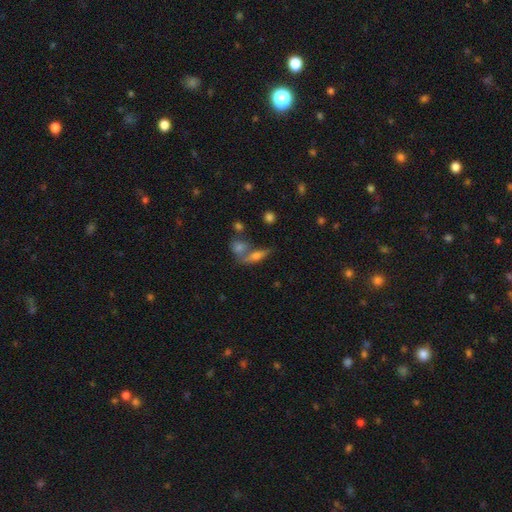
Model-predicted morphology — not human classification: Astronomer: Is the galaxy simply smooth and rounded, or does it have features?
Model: smooth — 50% (runner-up: featured or disk, 39%).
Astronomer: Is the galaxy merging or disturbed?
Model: none — 51% (runner-up: merger, 31%).